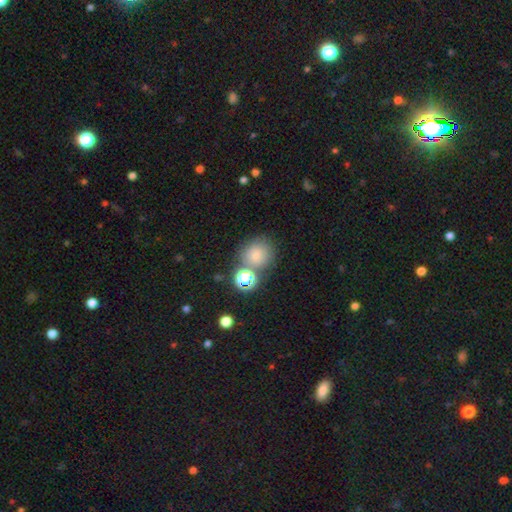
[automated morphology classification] Smooth or featured? Predicted: smooth (p=0.72). How rounded? Predicted: round (p=0.84). Merging? Predicted: none (p=0.64).